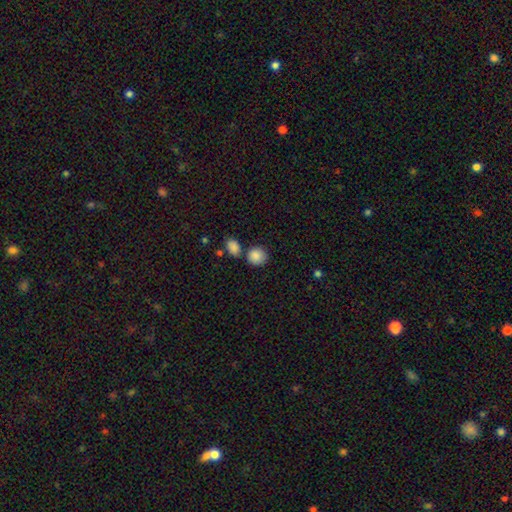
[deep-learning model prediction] Smooth or featured? smooth (87%)
How rounded? round (78%)
Merging? none (68%)